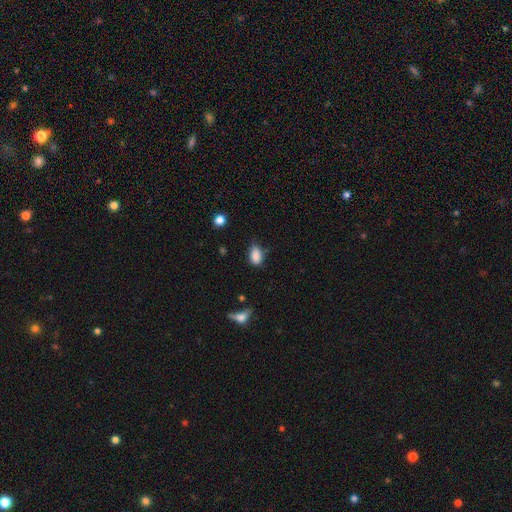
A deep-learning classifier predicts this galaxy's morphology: Smooth or featured? Predicted: smooth (p=0.86). How rounded? Predicted: in between (p=0.87). Merging? Predicted: none (p=0.58).